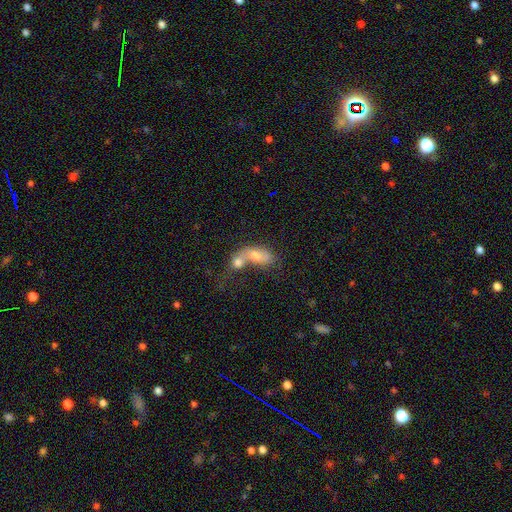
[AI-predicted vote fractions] Morphology: type=smooth (60%); roundness=in between (74%); merging=merger (77%).